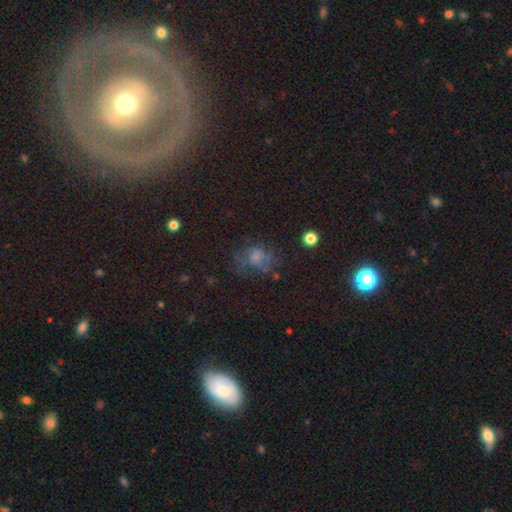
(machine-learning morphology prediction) This is marginally a smooth galaxy (39%). Merging: possibly none (58%).